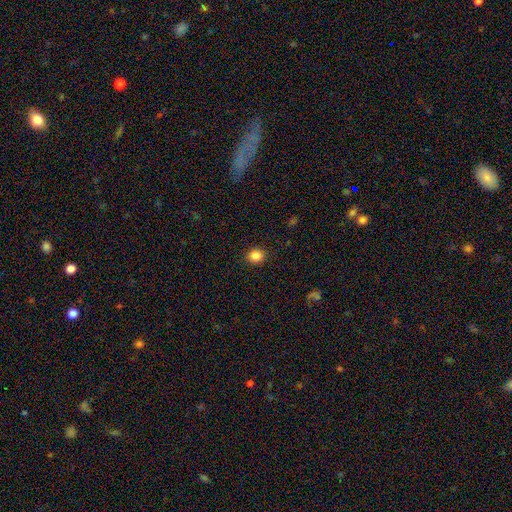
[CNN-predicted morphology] smooth_or_featured: smooth (p=0.86) [alt: star or artifact p=0.10]
how_rounded: round (p=0.78) [alt: in between p=0.21]
merging: none (p=0.91) [alt: minor disturbance p=0.06]